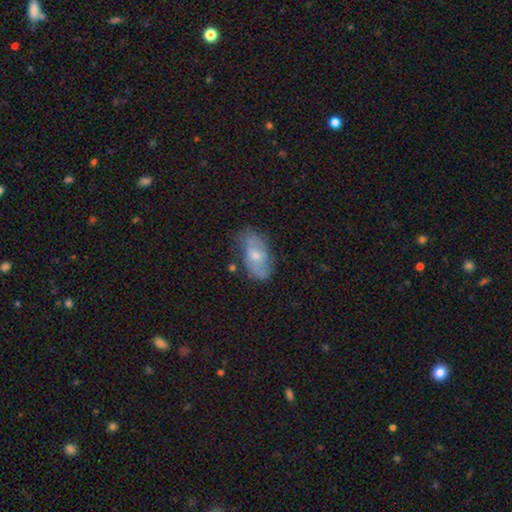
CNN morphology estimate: Smooth or featured? Predicted: featured or disk (p=0.47). Merging? Predicted: none (p=0.63).